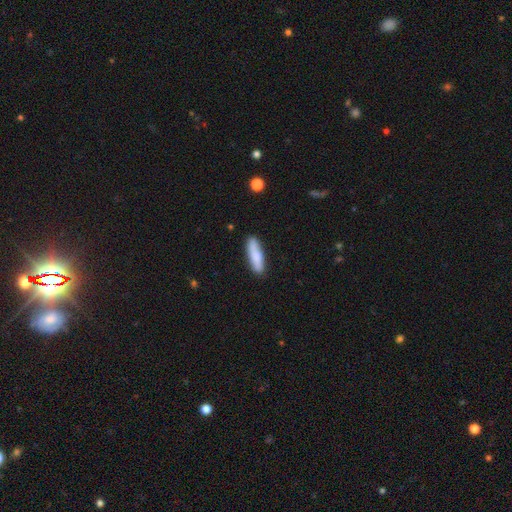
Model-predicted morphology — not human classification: A smooth galaxy with no disk features (77%) that is cigar-shaped (71%). Merging: none (84%).